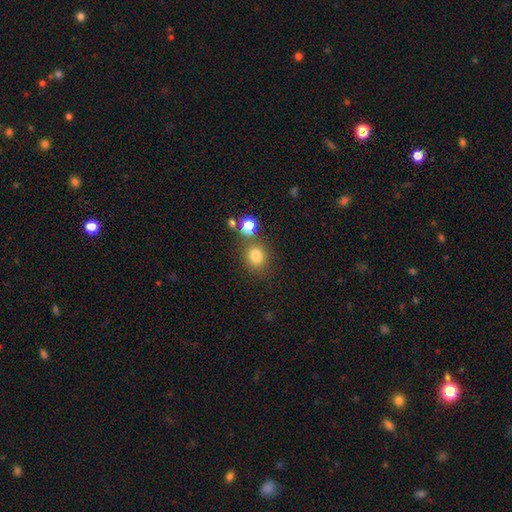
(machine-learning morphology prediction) smooth-or-featured: smooth: 79% | star or artifact: 15% | featured or disk: 7%
  how-rounded: round: 81% | in between: 18% | cigar-shaped: 1%
  merging: none: 73% | merger: 12% | minor disturbance: 10% | major disturbance: 4%